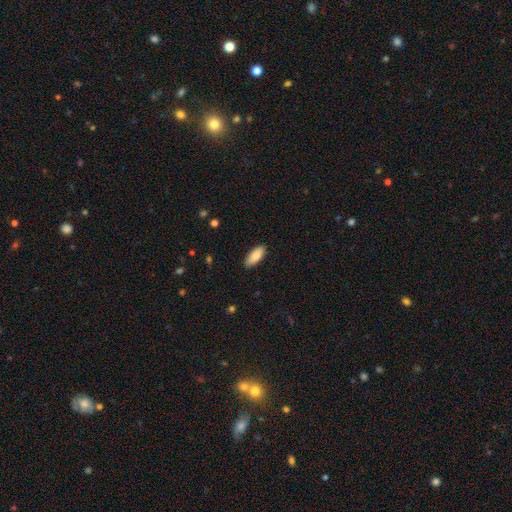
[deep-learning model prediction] This appears to be a smooth galaxy with no disk features (85%) that is in between round and cigar-shaped (82%). Merging: none (87%).